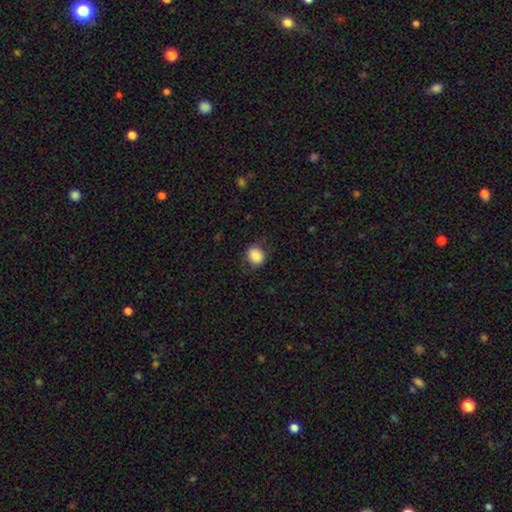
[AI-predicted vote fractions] Q: Smooth or featured?
A: smooth (86%); runner-up: star or artifact (8%)
Q: How rounded?
A: round (69%); runner-up: in between (30%)
Q: Merging?
A: none (78%); runner-up: minor disturbance (16%)